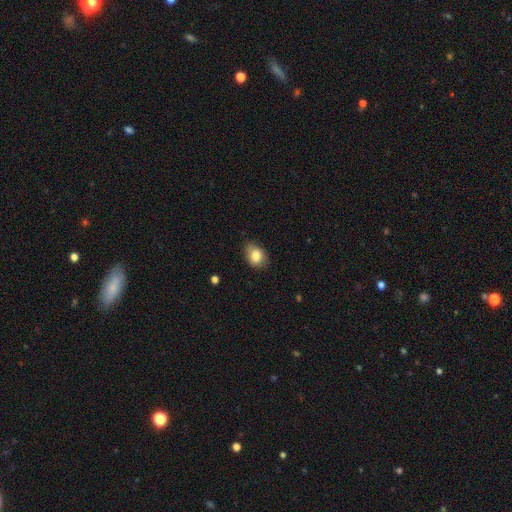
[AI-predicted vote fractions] Morphology: type=smooth (82%); roundness=in between (68%); merging=none (71%).